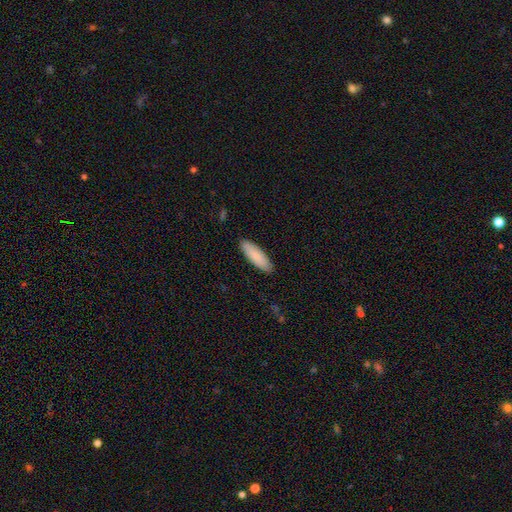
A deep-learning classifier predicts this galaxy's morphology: smooth-or-featured: smooth: 88% | featured or disk: 7% | star or artifact: 5%
  how-rounded: in between: 50% | cigar-shaped: 49% | round: 1%
  merging: none: 90% | minor disturbance: 8% | major disturbance: 2% | merger: 1%